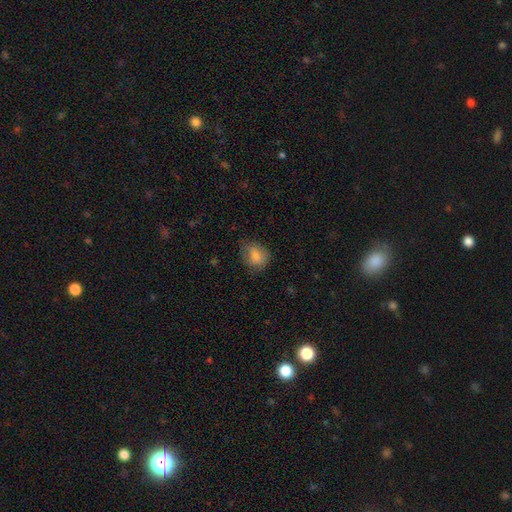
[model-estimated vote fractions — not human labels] This is likely a smooth galaxy (76%). How rounded: possibly in between (49%, tied with round). Merging: likely none (70%).